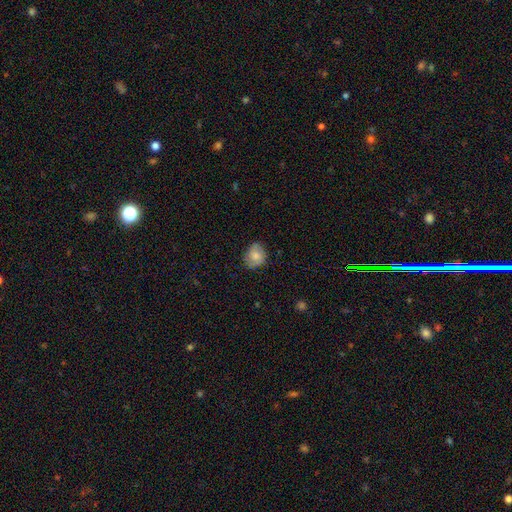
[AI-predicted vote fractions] Overall: smooth (76%). How rounded: round (59%; in between 40%). Merging: none (72%).